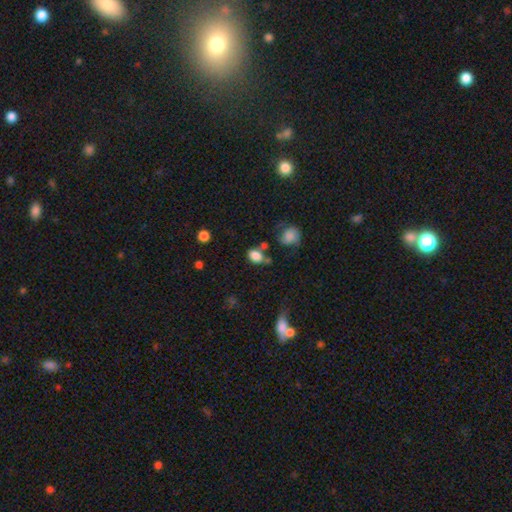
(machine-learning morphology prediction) The model was most divided on "merging": none: 50%, minor disturbance: 21%, merger: 20%, major disturbance: 9%. More confident: smooth or featured — smooth (82%); how rounded — in between (78%).